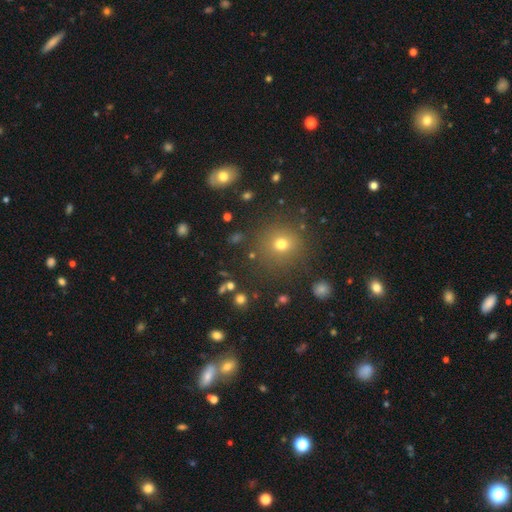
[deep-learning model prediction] The model was most divided on "smooth or featured": smooth: 50%, star or artifact: 40%, featured or disk: 10%. More confident: merging — none (86%).